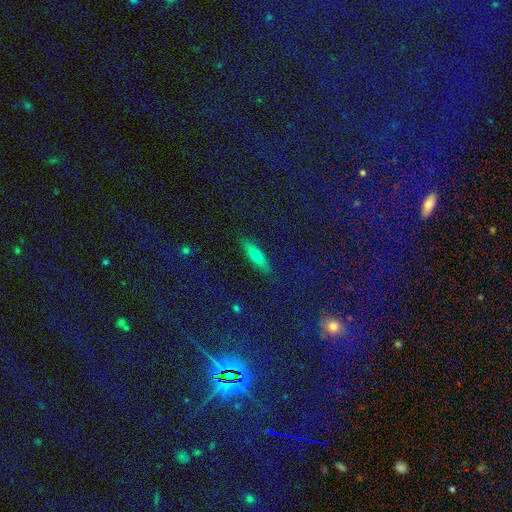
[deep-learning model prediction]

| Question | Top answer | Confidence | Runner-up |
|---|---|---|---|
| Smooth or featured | smooth | 61% | featured or disk (26%) |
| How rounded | cigar-shaped | 63% | in between (32%) |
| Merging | none | 88% | minor disturbance (9%) |